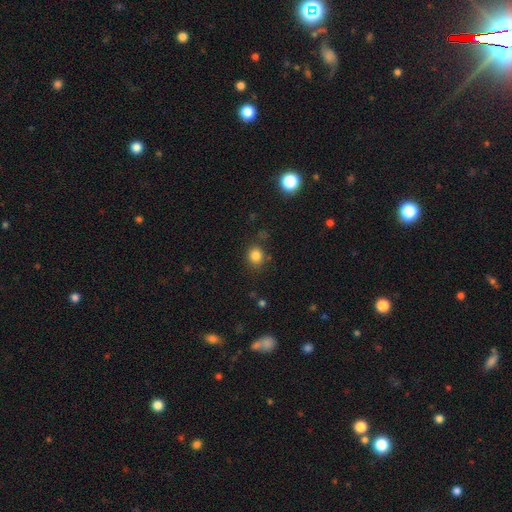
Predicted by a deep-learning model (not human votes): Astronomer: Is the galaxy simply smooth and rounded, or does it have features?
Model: smooth — 83%.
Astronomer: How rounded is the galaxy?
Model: round — 78%.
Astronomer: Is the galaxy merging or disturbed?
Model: none — 82%.